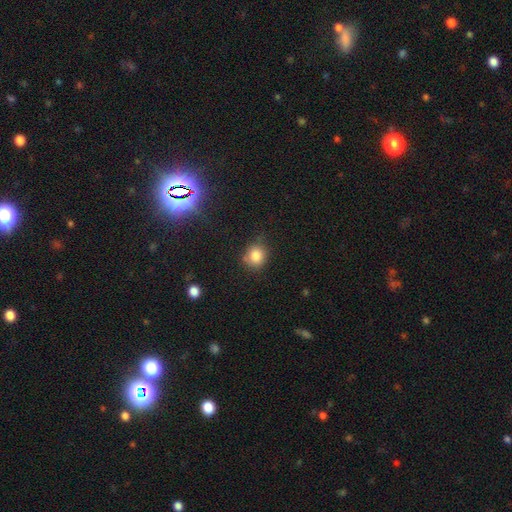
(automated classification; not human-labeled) Morphology: type=smooth (82%); roundness=round (78%); merging=none (72%).